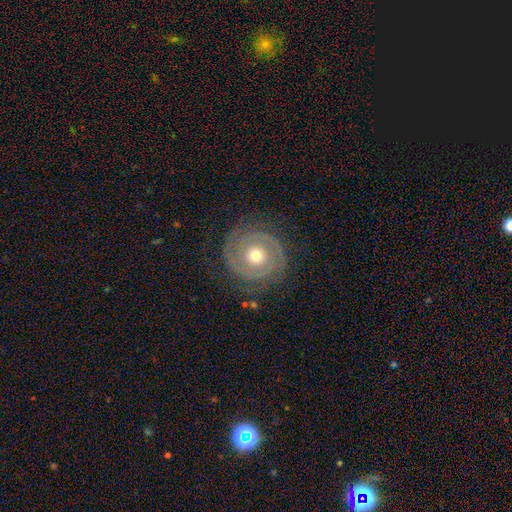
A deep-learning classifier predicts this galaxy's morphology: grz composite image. It shows a featured or disk galaxy (71%) with no bar (85%), spiral arms (73%) and a moderate central bulge (66%). Merging: none (81%).